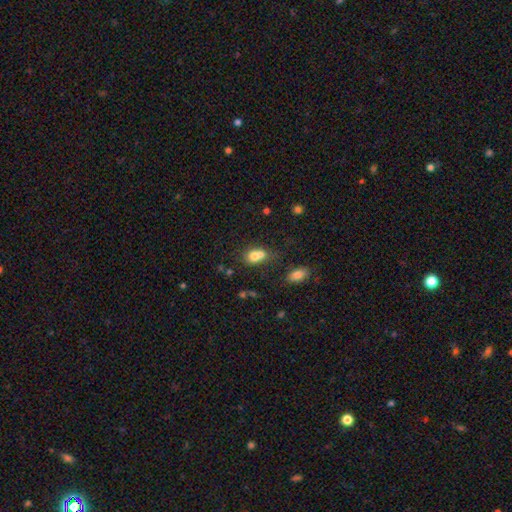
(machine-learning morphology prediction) This appears to be a smooth galaxy with no disk features (73%) that is round (49%, tied with in between). Merging: merger (60%).